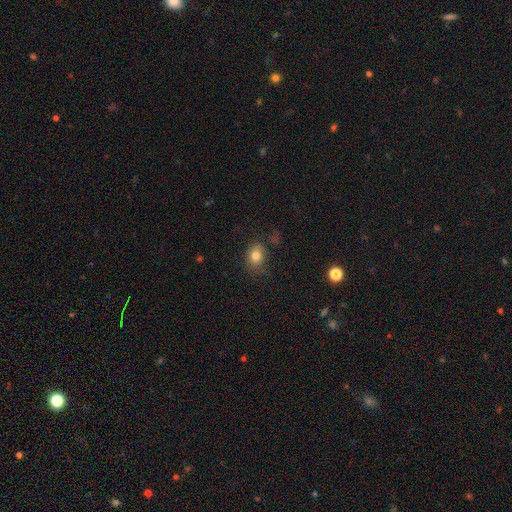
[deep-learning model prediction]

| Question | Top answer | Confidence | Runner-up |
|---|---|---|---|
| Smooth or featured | smooth | 80% | star or artifact (11%) |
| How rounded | in between | 55% | round (43%) |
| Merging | none | 65% | minor disturbance (24%) |